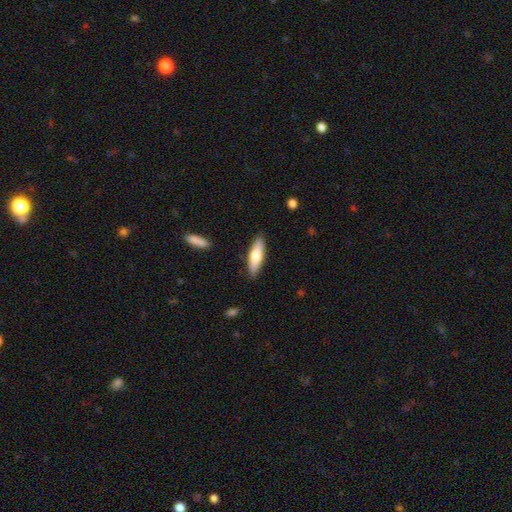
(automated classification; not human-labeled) smooth 72%, featured or disk 22%, star or artifact 5%. Down the decision tree: how rounded — cigar-shaped (51%); merging — none (86%).